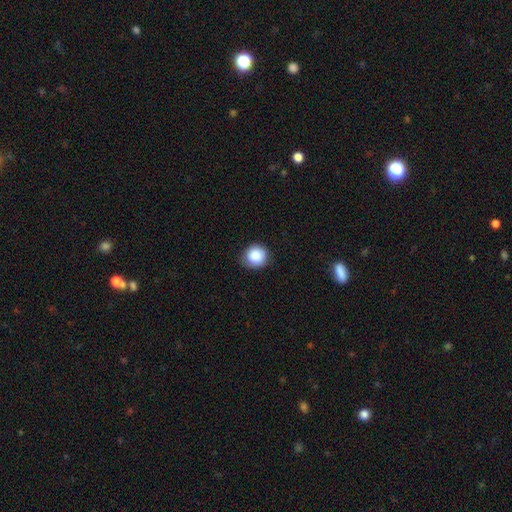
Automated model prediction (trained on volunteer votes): Smooth or featured: smooth — 88% (star or artifact — 8%)
How rounded: round — 88% (in between — 11%)
Merging: none — 81% (minor disturbance — 15%)